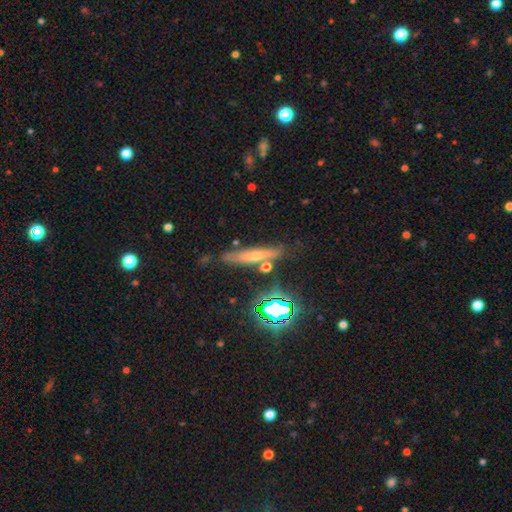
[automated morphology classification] featured or disk 39%, smooth 38%, star or artifact 23%. Down the decision tree: merging — none (75%).